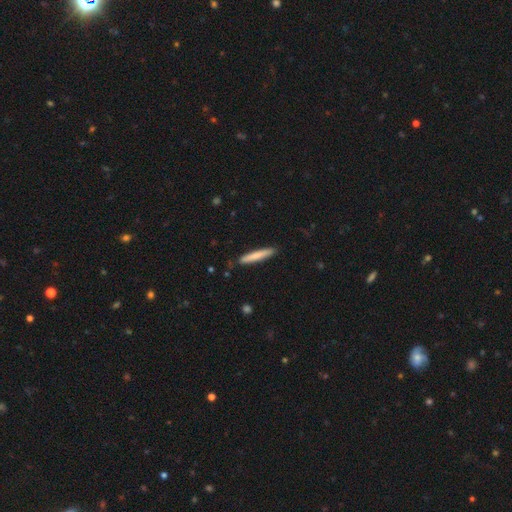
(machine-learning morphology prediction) This is likely a smooth galaxy (75%). How rounded: clearly cigar-shaped (94%). Merging: clearly none (88%).